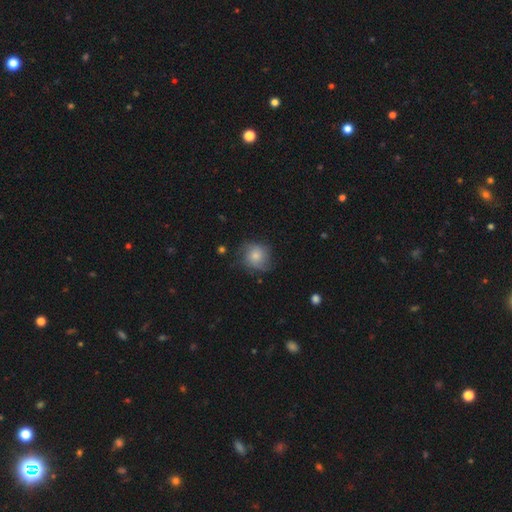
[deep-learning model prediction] Smooth or featured? Predicted: smooth (p=0.59). How rounded? Predicted: round (p=0.80). Merging? Predicted: none (p=0.62).